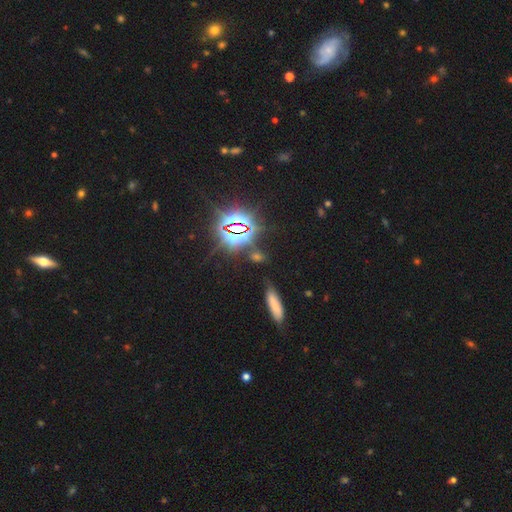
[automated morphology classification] star or artifact 64%, smooth 26%, featured or disk 11%.